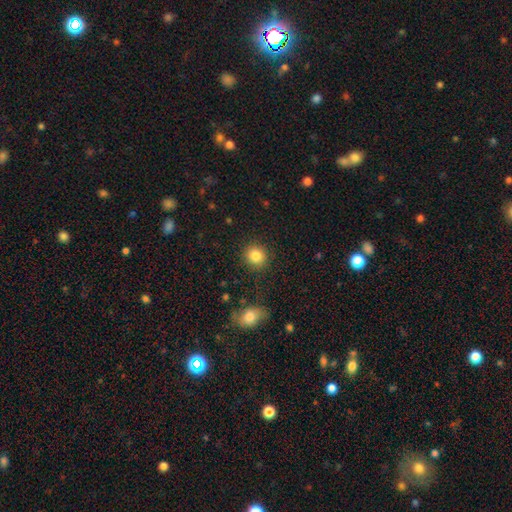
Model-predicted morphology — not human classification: smooth 84%, star or artifact 10%, featured or disk 6%. Down the decision tree: how rounded — round (86%); merging — none (89%).